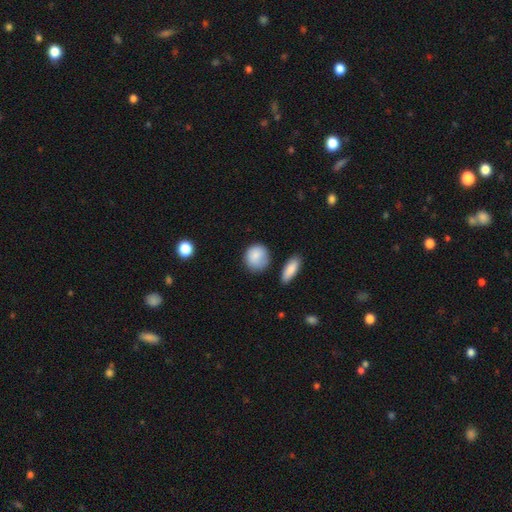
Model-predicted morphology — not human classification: type=smooth (87%); roundness=round (81%); merging=none (72%).